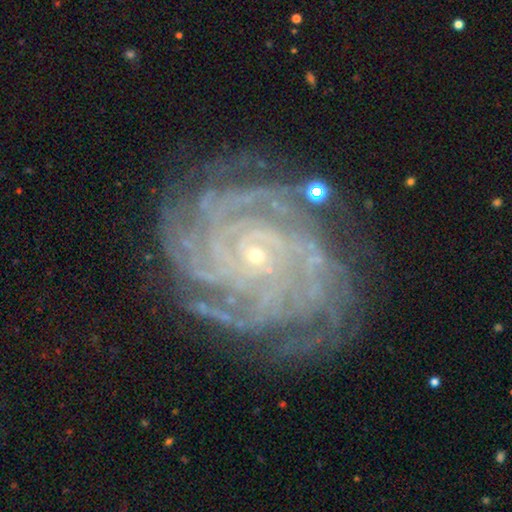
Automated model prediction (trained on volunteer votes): Smooth or featured?
  - featured or disk: 91% *
  - star or artifact: 6%
  - smooth: 4%
Edge-on disk?
  - no: 98% *
  - yes: 2%
Bar?
  - no: 70% *
  - weak: 20%
  - strong: 9%
Spiral arms?
  - yes: 98% *
  - no: 2%
Spiral winding?
  - tight: 82% *
  - medium: 16%
  - loose: 2%
Spiral arm count?
  - more than 4: 33% *
  - 4: 25%
  - can't tell: 14%
  - 3: 11%
  - 2: 9%
  - 1: 8%
Bulge size?
  - small: 87% *
  - moderate: 9%
  - none: 2%
  - large: 1%
  - dominant: 1%
Merging?
  - none: 77% *
  - minor disturbance: 16%
  - major disturbance: 6%
  - merger: 2%